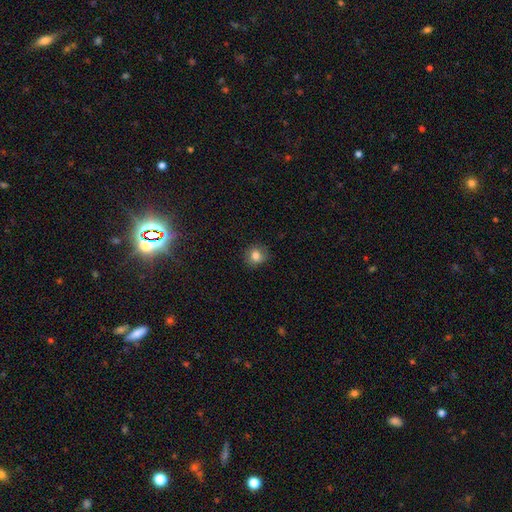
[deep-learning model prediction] Overall: smooth (82%). How rounded: round (79%). Merging: none (84%).